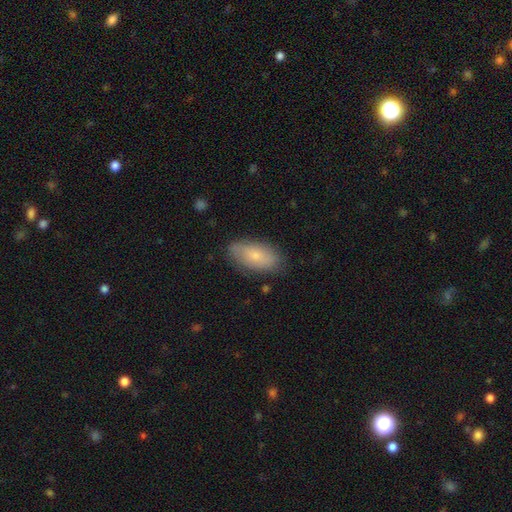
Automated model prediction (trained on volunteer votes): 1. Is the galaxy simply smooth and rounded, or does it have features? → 71% smooth, 22% featured or disk, 7% star or artifact.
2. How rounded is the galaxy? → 91% in between, 6% cigar-shaped, 3% round.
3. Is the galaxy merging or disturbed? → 78% none, 17% minor disturbance, 3% major disturbance, 1% merger.